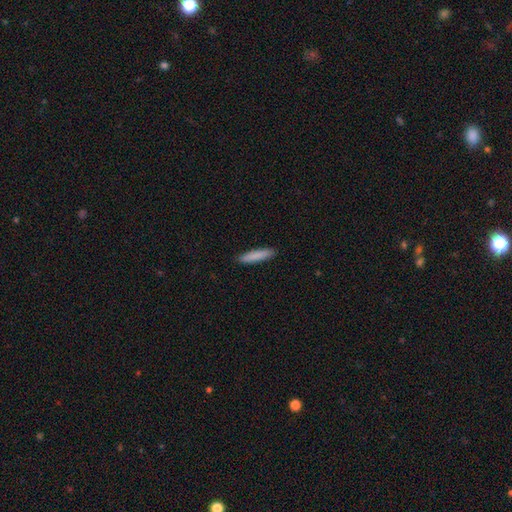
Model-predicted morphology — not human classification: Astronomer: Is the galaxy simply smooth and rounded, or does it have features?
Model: smooth — 86%.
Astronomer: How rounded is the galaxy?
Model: cigar-shaped — 88%.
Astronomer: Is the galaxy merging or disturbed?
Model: none — 90%.